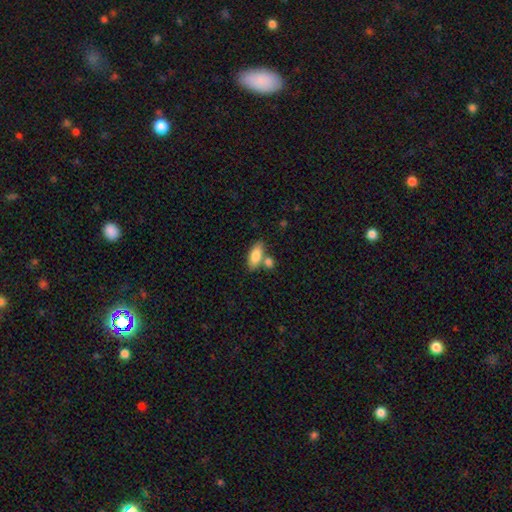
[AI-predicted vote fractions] Morphology: type=smooth (81%); roundness=in between (83%); merging=none (59%).